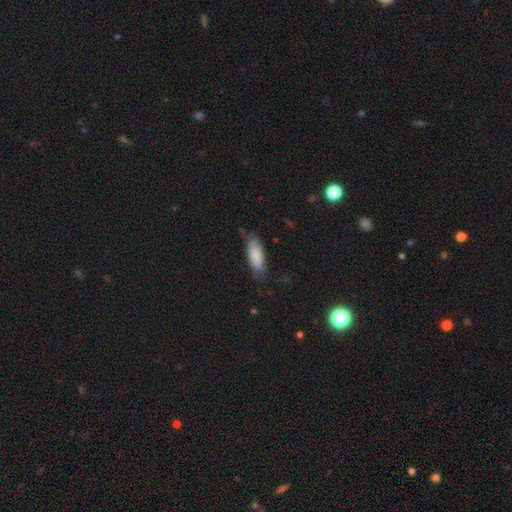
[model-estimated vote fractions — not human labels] Morphology: type=smooth (83%); roundness=in between (71%); merging=none (67%).